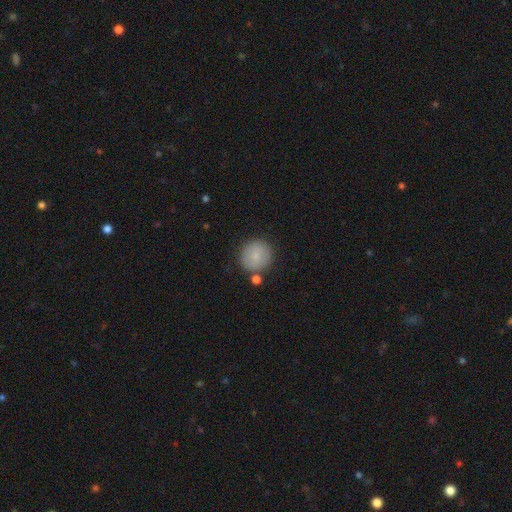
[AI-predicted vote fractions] Smooth or featured?
  - smooth: 82% *
  - featured or disk: 11%
  - star or artifact: 7%
How rounded?
  - round: 91% *
  - in between: 8%
  - cigar-shaped: 1%
Merging?
  - none: 79% *
  - minor disturbance: 10%
  - merger: 7%
  - major disturbance: 3%